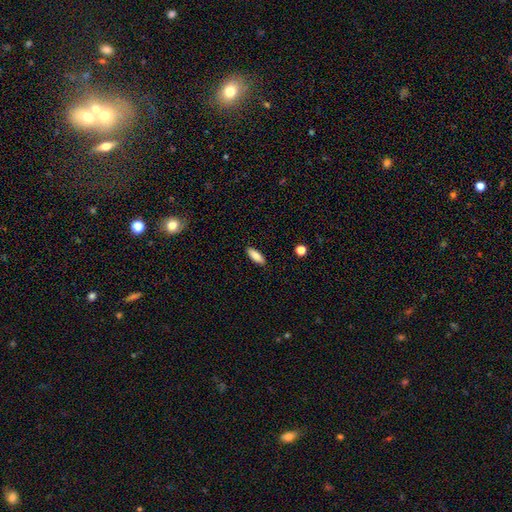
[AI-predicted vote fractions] Morphology: type=smooth (84%); roundness=in between (70%); merging=none (89%).